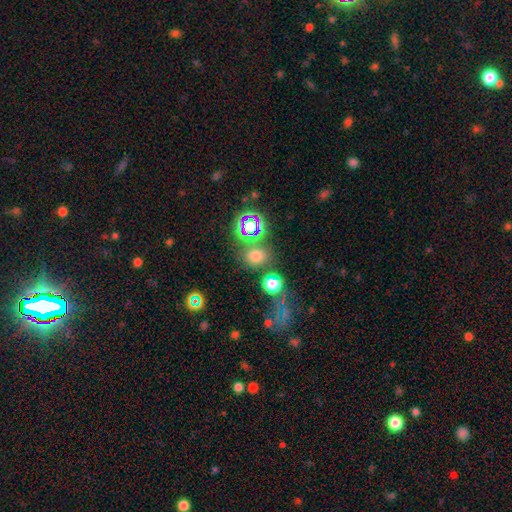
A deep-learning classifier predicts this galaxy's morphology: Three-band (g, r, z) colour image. It shows a smooth galaxy with no disk features (63%) that is round (71%). Merging: none (74%).